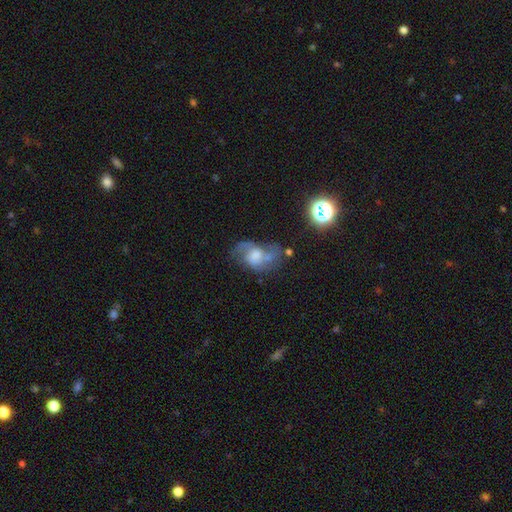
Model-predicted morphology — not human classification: This appears to be a featured or disk galaxy (64%) with no bar (66%), spiral arms (78%) and a moderate central bulge (39%). Merging: none (42%).